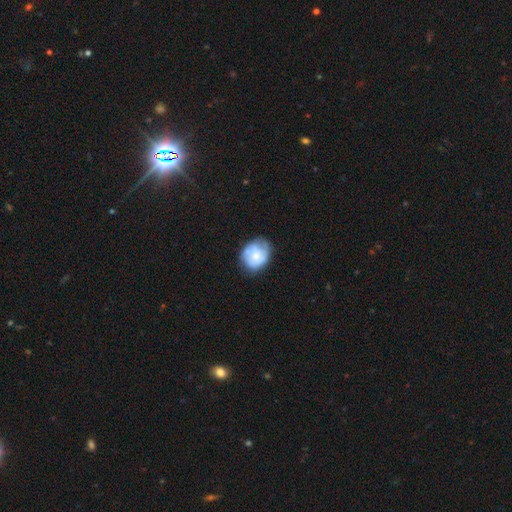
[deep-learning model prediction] Morphology: type=smooth (53%); roundness=round (62%); merging=none (59%).